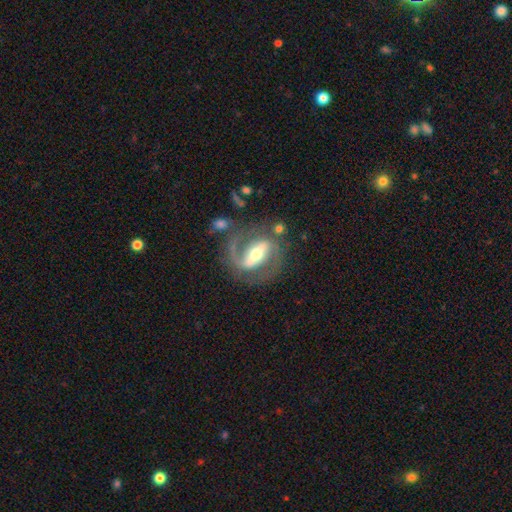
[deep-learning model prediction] A featured or disk galaxy (86%) with a strong bar (66%), 2 (85%) medium (52%) spiral arms (92%) and a moderate central bulge (61%). Merging: none (68%).